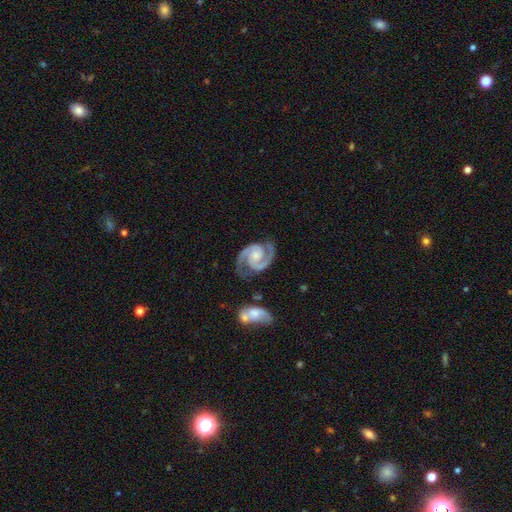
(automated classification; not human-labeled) smooth-or-featured: featured or disk: 94% | star or artifact: 3% | smooth: 3%
  disk-edge-on: no: 98% | yes: 2%
    bar: no: 60% | weak: 30% | strong: 11%
    has-spiral-arms: yes: 99% | no: 1%
      spiral-winding: medium: 52% | tight: 42% | loose: 7%
      spiral-arm-count: 2: 94% | 3: 1% | can't tell: 1% | 1: 1% | 4: 1% | more than 4: 1%
    bulge-size: moderate: 42% | small: 39% | none: 12% | large: 5% | dominant: 2%
  merging: none: 77% | minor disturbance: 14% | major disturbance: 5% | merger: 4%